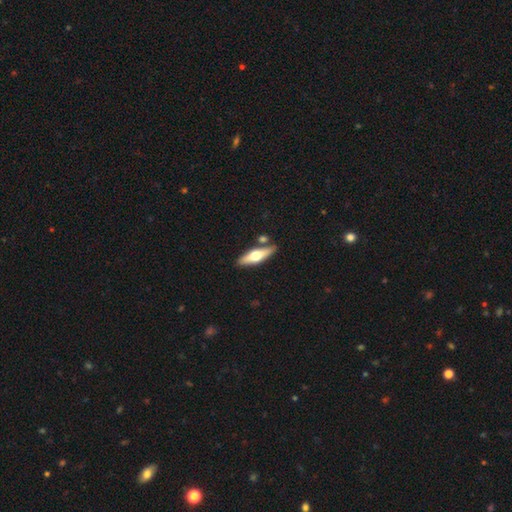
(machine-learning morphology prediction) The model was most divided on "smooth or featured": featured or disk: 50%, smooth: 44%, star or artifact: 5%. More confident: edge-on disk — yes (89%); merging — none (80%).